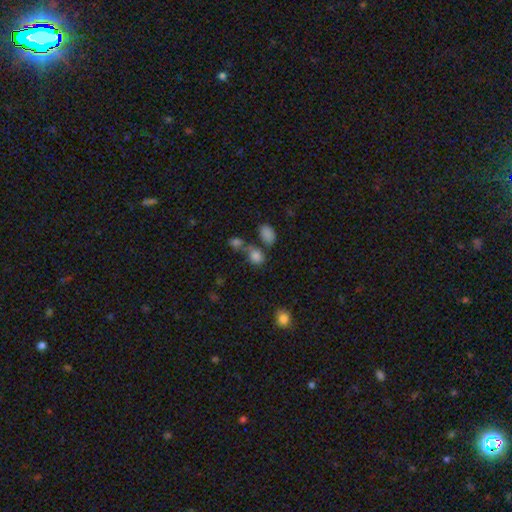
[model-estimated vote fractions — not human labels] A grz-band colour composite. It shows a smooth galaxy with no disk features (81%) that is in between round and cigar-shaped (53%). Merging: none (49%).